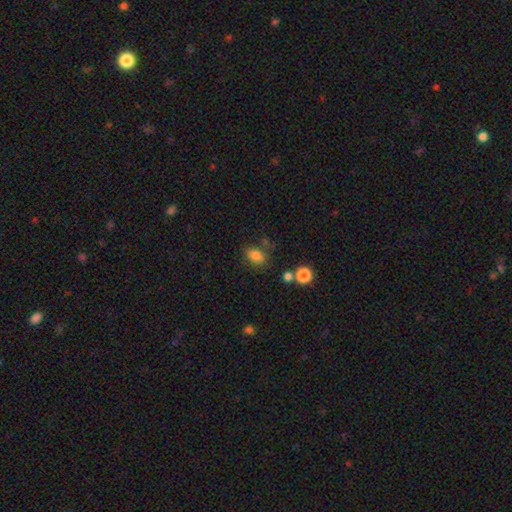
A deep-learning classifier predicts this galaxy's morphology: Smooth or featured? Predicted: smooth (p=0.81). How rounded? Predicted: in between (p=0.78). Merging? Predicted: none (p=0.75).